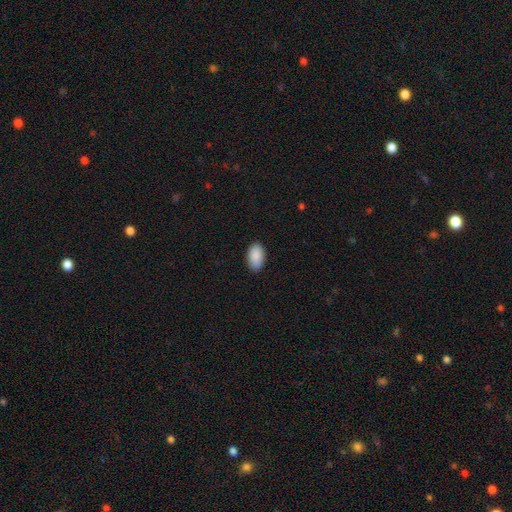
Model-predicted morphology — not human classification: This appears to be a smooth galaxy with no disk features (91%) that is in between round and cigar-shaped (95%). Merging: none (88%).